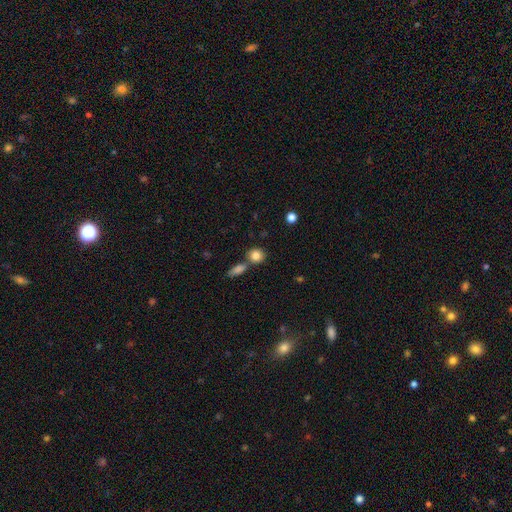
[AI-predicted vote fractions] A smooth galaxy with no disk features (84%) that is round (74%). Merging: none (63%).